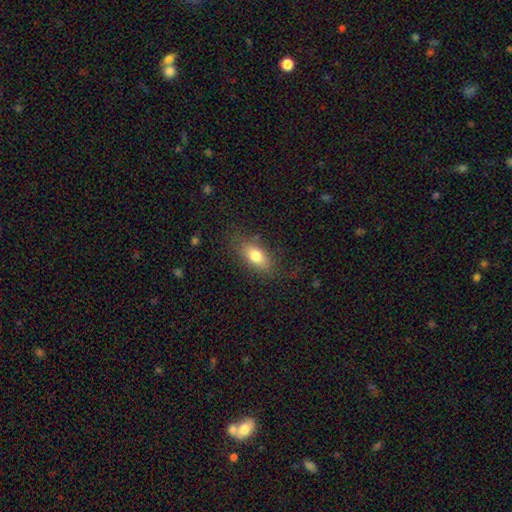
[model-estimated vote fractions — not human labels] smooth 76%, featured or disk 15%, star or artifact 8%. Down the decision tree: how rounded — in between (83%); merging — none (75%).